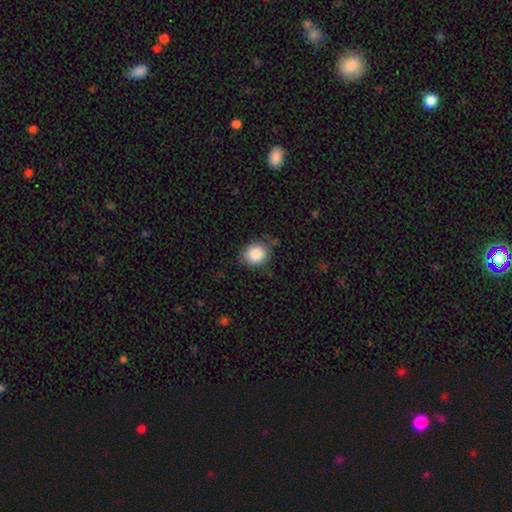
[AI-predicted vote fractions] This is clearly a smooth galaxy (87%). How rounded: likely round (69%). Merging: likely none (76%).